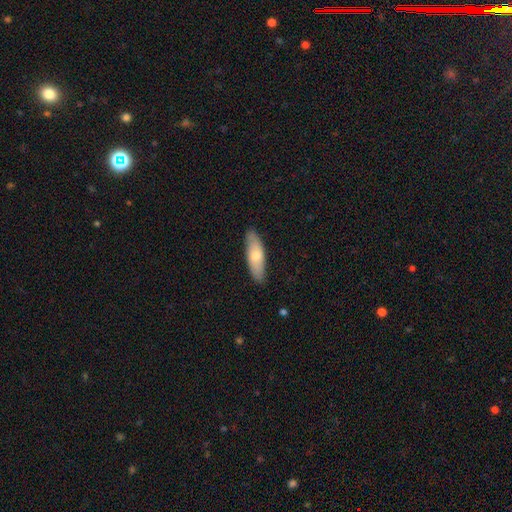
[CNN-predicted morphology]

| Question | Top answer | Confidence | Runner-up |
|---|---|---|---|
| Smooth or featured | smooth | 64% | featured or disk (30%) |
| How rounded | in between | 50% | cigar-shaped (48%) |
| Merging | none | 87% | minor disturbance (10%) |